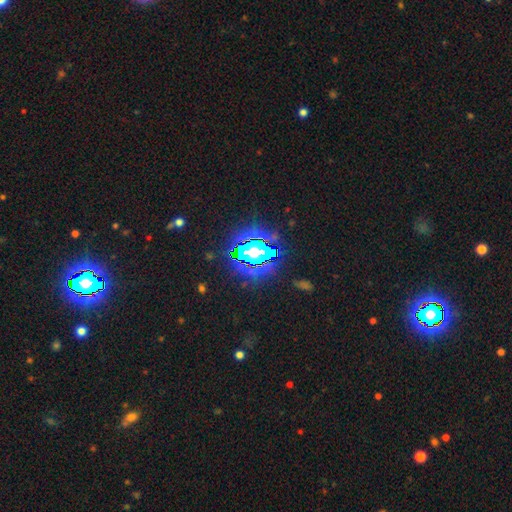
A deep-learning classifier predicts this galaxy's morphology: Overall: star or artifact (84%).